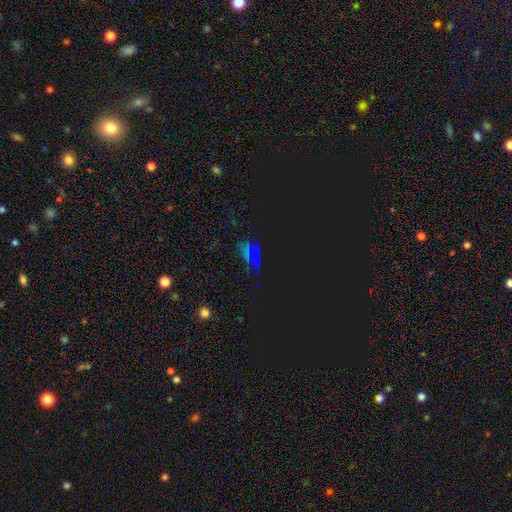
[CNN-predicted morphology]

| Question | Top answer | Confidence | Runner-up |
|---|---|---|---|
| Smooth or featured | star or artifact | 72% | smooth (20%) |